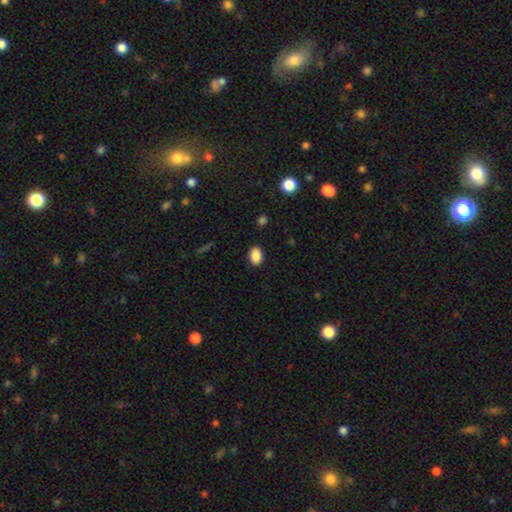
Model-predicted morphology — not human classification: Smooth or featured? smooth (88%)
How rounded? in between (81%)
Merging? none (88%)